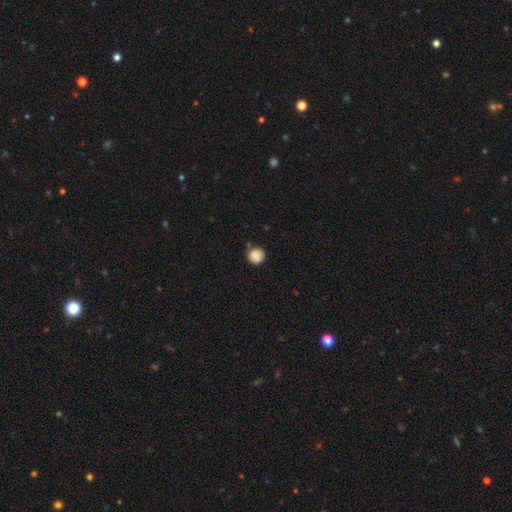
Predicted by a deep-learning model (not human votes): smooth-or-featured: smooth: 87% | star or artifact: 9% | featured or disk: 4%
  how-rounded: round: 92% | in between: 7% | cigar-shaped: 1%
  merging: none: 77% | minor disturbance: 16% | merger: 4% | major disturbance: 3%